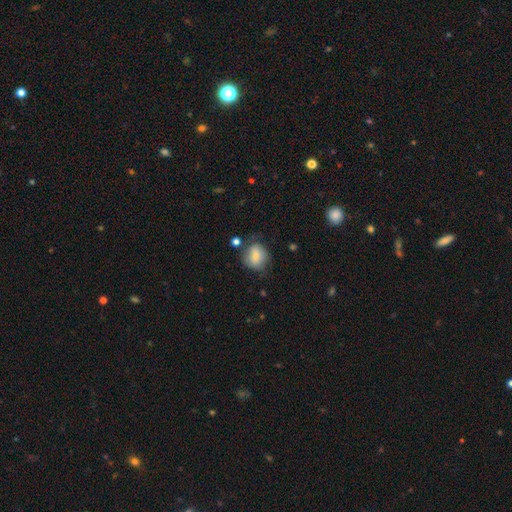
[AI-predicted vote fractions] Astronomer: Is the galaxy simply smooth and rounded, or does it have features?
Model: smooth — 71%.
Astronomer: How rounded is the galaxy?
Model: round — 74%.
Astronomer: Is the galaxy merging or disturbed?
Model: none — 62%.